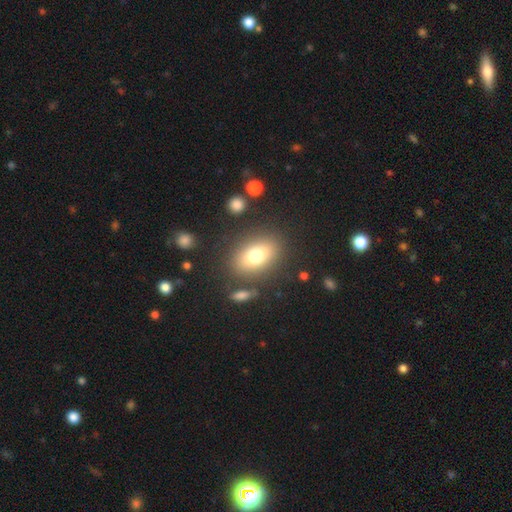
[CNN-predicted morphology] Smooth or featured? smooth (74%)
How rounded? in between (78%)
Merging? none (80%)